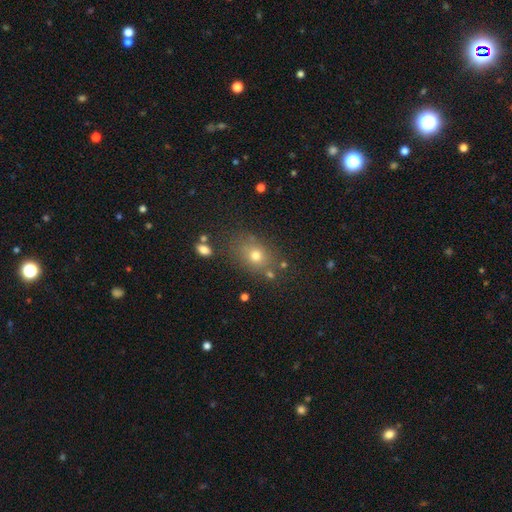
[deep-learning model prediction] Overall: smooth (71%). How rounded: in between (56%; round 43%). Merging: none (73%).